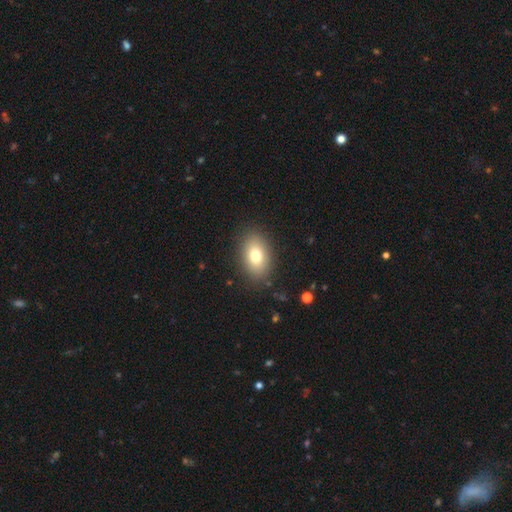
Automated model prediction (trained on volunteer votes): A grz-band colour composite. It shows a smooth galaxy with no disk features (77%) that is in between round and cigar-shaped (84%). Merging: none (87%).